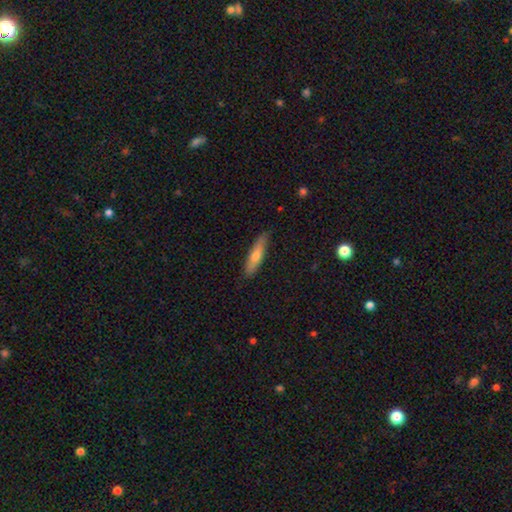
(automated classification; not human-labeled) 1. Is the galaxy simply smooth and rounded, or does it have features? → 62% smooth, 32% featured or disk, 6% star or artifact.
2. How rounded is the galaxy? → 78% cigar-shaped, 20% in between, 2% round.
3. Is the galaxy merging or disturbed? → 85% none, 12% minor disturbance, 2% major disturbance, 1% merger.